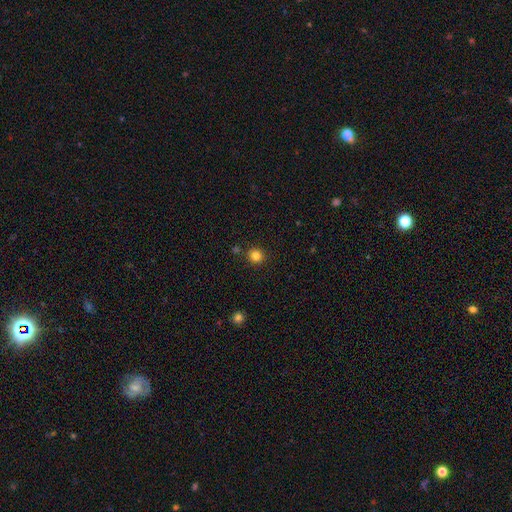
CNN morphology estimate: This appears to be a smooth galaxy with no disk features (82%) that is round (93%). Merging: none (87%).